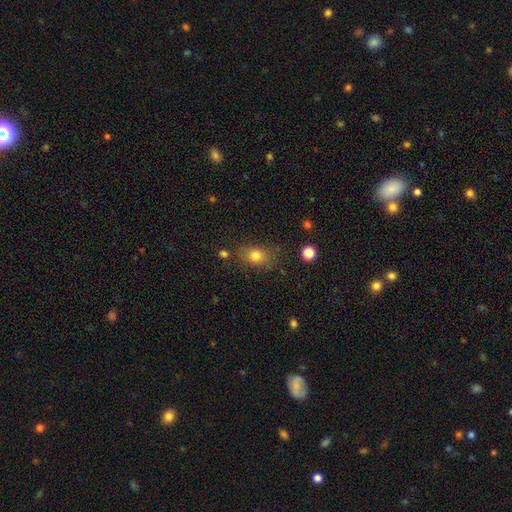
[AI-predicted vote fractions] Smooth or featured?
  - smooth: 79% *
  - star or artifact: 12%
  - featured or disk: 9%
How rounded?
  - in between: 62% *
  - round: 36%
  - cigar-shaped: 2%
Merging?
  - none: 76% *
  - minor disturbance: 15%
  - major disturbance: 5%
  - merger: 4%